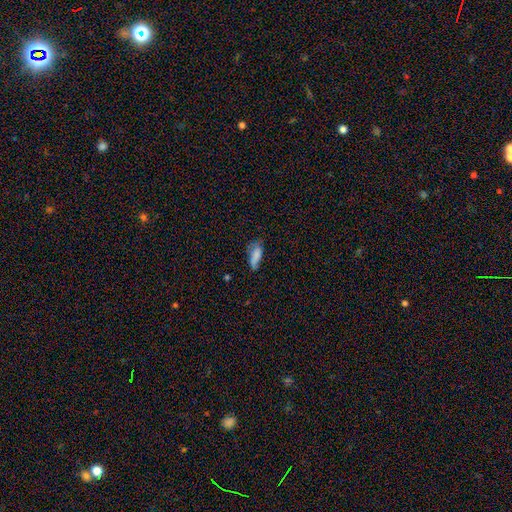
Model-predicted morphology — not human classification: This is likely a smooth galaxy (78%). How rounded: likely in between (76%). Merging: possibly none (47%).